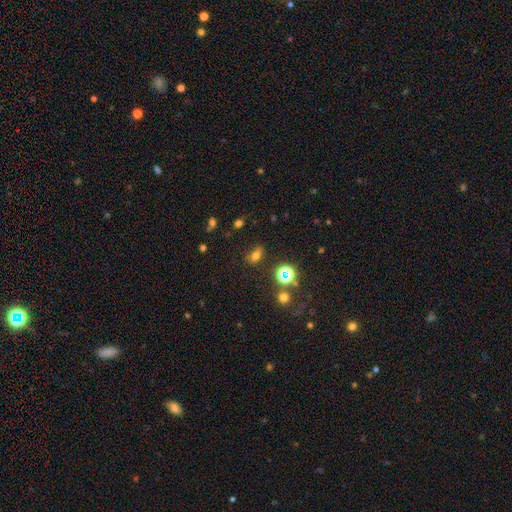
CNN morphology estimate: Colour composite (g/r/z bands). It shows a smooth galaxy with no disk features (62%) that is in between round and cigar-shaped (67%). Merging: none (72%).